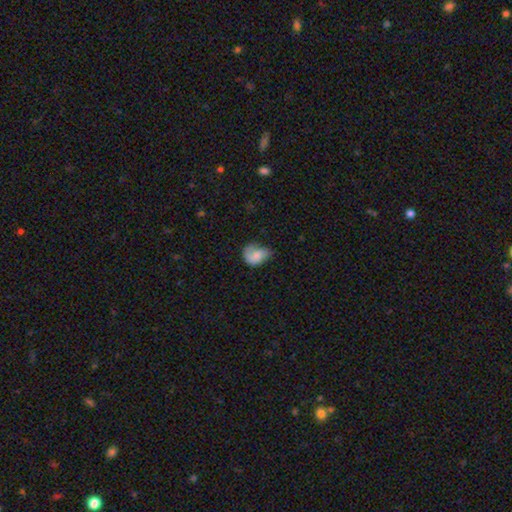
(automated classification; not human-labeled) Overall: smooth (70%). How rounded: in between (69%; round 30%). Merging: minor disturbance (41%; none 31%).